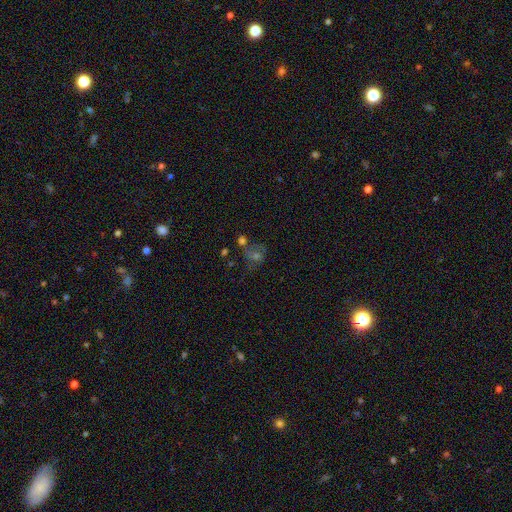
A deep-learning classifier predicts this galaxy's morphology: featured or disk 44%, star or artifact 29%, smooth 27%. Down the decision tree: merging — none (51%).